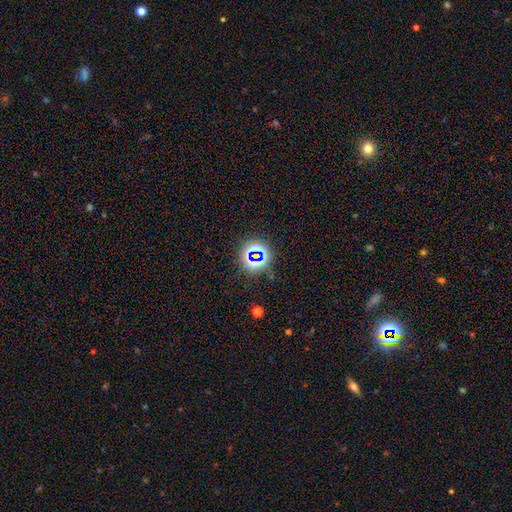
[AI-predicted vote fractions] smooth-or-featured: star or artifact: 71% | smooth: 20% | featured or disk: 9%